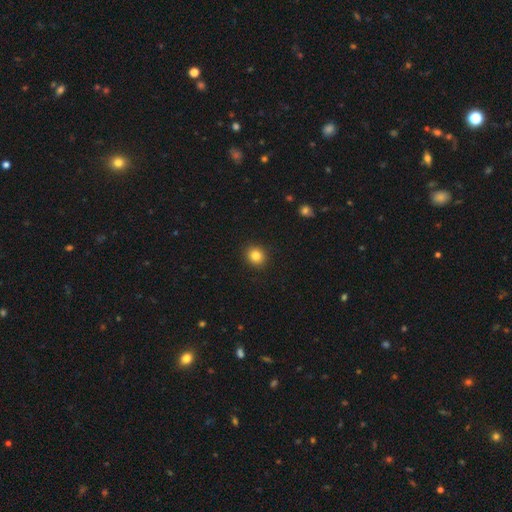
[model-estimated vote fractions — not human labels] smooth_or_featured: smooth (p=0.83) [alt: star or artifact p=0.11]
how_rounded: round (p=0.79) [alt: in between p=0.20]
merging: none (p=0.91) [alt: minor disturbance p=0.06]